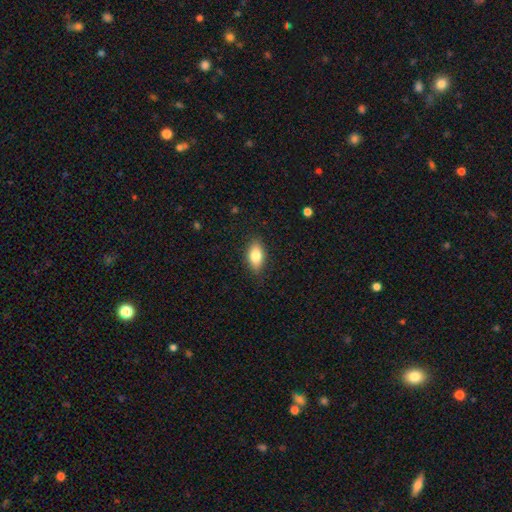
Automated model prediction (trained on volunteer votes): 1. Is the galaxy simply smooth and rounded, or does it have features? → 81% smooth, 12% featured or disk, 8% star or artifact.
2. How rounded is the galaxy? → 87% in between, 7% round, 6% cigar-shaped.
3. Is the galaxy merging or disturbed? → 86% none, 11% minor disturbance, 2% major disturbance, 1% merger.